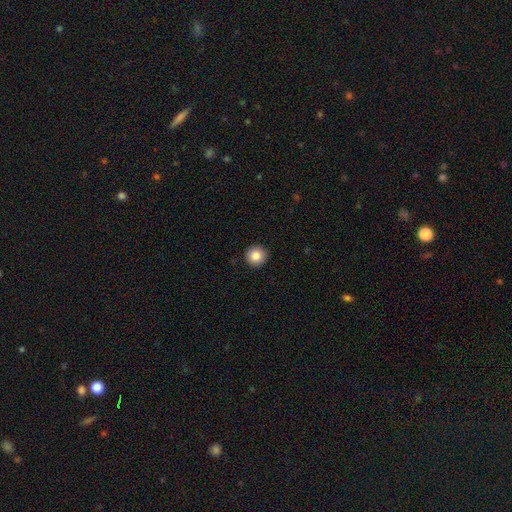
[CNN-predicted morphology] smooth_or_featured: smooth (p=0.86) [alt: star or artifact p=0.09]
how_rounded: round (p=0.95) [alt: in between p=0.04]
merging: none (p=0.92) [alt: minor disturbance p=0.05]